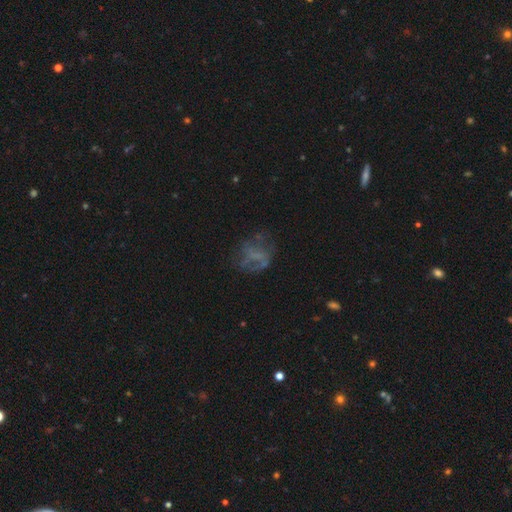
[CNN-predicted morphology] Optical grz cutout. It shows a featured or disk galaxy (50%). Merging: none (50%).